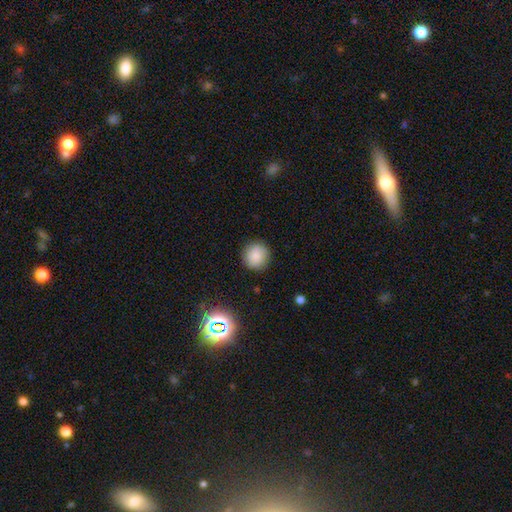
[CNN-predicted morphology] A smooth galaxy with no disk features (85%) that is round (91%). Merging: none (89%).